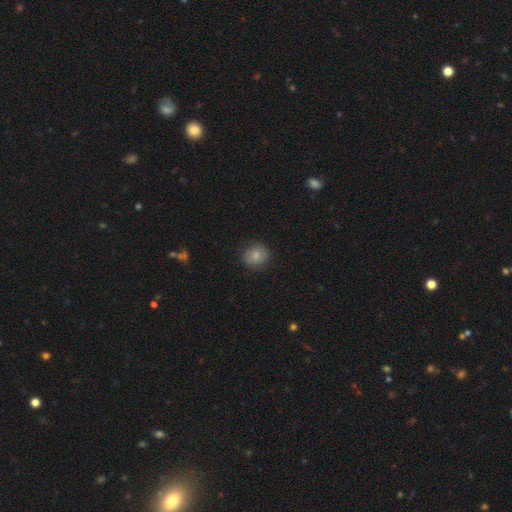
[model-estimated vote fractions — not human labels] A smooth galaxy with no disk features (79%) that is round (77%). Merging: none (82%).